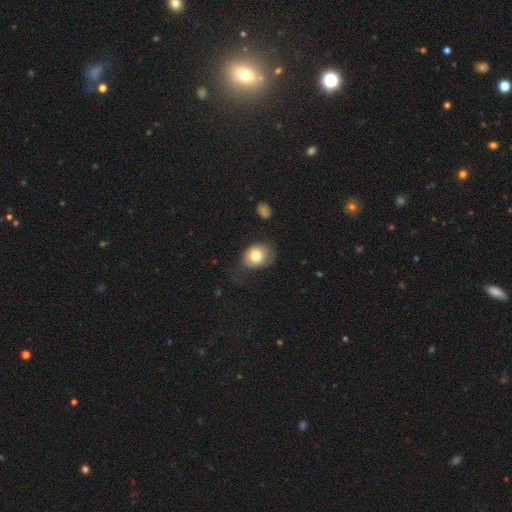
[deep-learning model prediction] A smooth galaxy with no disk features (78%) that is round (50%).

Vote fractions:
- Smooth or featured? smooth: 78% / featured or disk: 14% / star or artifact: 9%
- How rounded? round: 50% / in between: 49% / cigar-shaped: 1%
- Merging? none: 58% / minor disturbance: 28% / major disturbance: 13% / merger: 2%